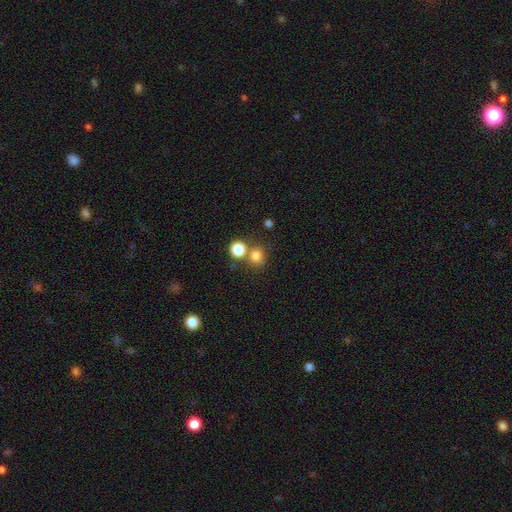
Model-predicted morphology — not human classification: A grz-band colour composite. It shows a smooth galaxy with no disk features (78%) that is round (85%). Merging: none (60%).